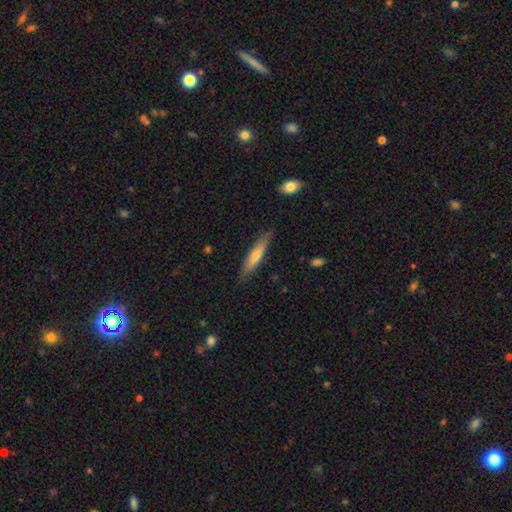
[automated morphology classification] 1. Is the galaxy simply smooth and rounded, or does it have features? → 51% smooth, 43% featured or disk, 6% star or artifact.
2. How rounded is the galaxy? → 89% cigar-shaped, 10% in between, 2% round.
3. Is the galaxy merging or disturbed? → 86% none, 11% minor disturbance, 2% major disturbance, 1% merger.